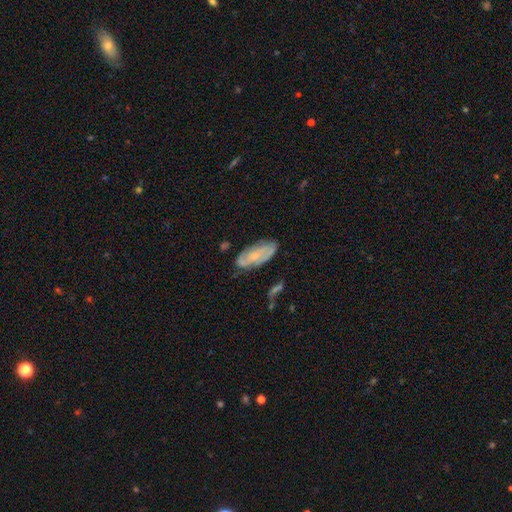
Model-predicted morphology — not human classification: Q: Smooth or featured?
A: featured or disk (58%); runner-up: smooth (35%)
Q: Edge-on disk?
A: no (88%); runner-up: yes (12%)
Q: Bar?
A: no (69%); runner-up: weak (25%)
Q: Spiral arms?
A: yes (67%); runner-up: no (33%)
Q: Bulge size?
A: small (67%); runner-up: moderate (26%)
Q: Merging?
A: none (67%); runner-up: minor disturbance (23%)